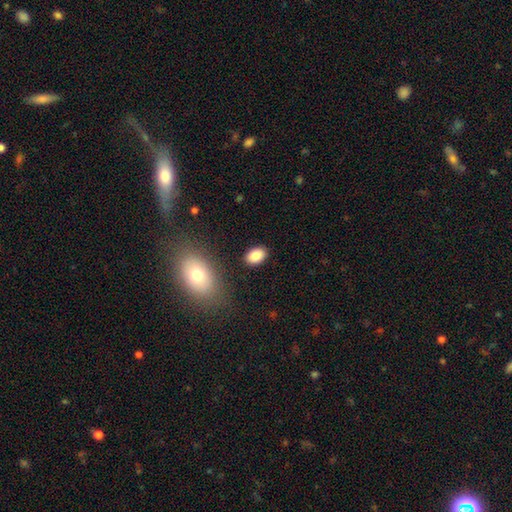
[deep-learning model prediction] smooth 85%, star or artifact 8%, featured or disk 6%. Down the decision tree: how rounded — in between (84%); merging — none (86%).